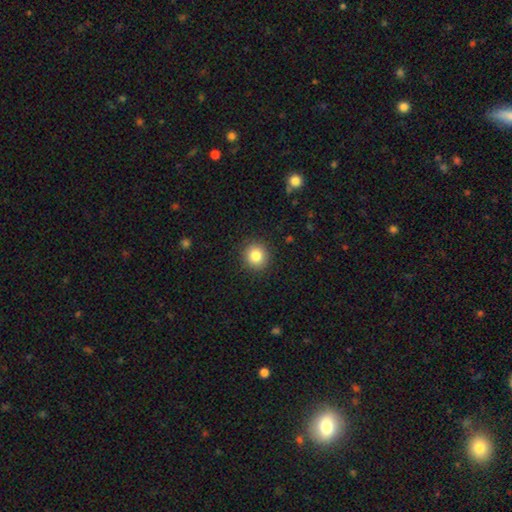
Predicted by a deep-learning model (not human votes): A smooth galaxy with no disk features (83%) that is round (91%). Merging: none (91%).